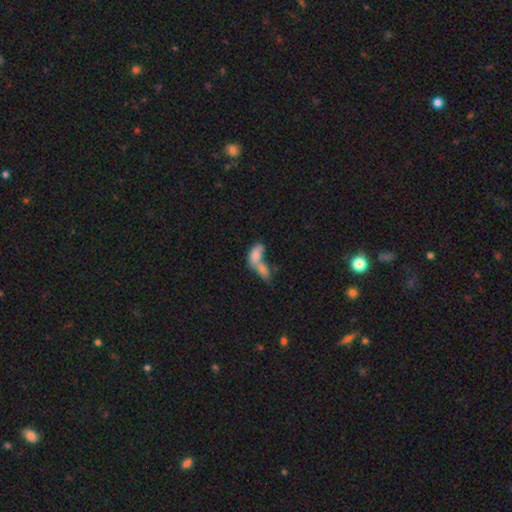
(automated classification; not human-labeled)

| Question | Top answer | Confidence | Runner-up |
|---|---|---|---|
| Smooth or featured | smooth | 75% | featured or disk (17%) |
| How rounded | in between | 86% | cigar-shaped (9%) |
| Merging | merger | 73% | none (14%) |